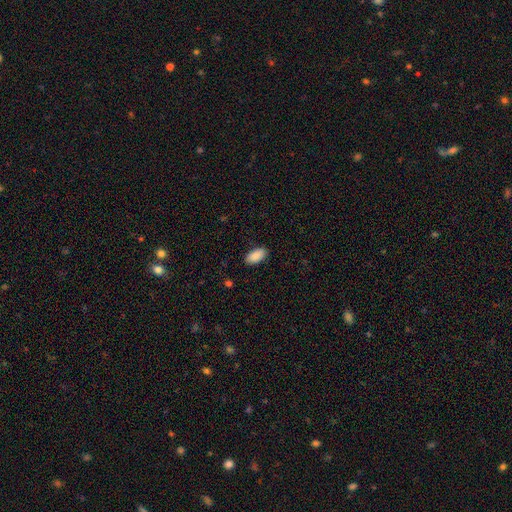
Smooth or featured: smooth — 90% (star or artifact — 8%)
How rounded: in between — 97% (cigar-shaped — 3%)
Merging: none — 95% (minor disturbance — 3%)